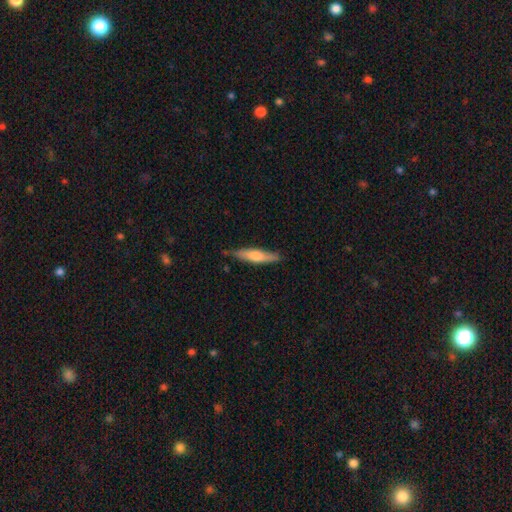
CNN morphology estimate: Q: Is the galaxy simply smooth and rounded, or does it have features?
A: smooth — 59%.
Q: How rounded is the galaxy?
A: cigar-shaped — 84%.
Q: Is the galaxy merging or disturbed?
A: none — 81%.